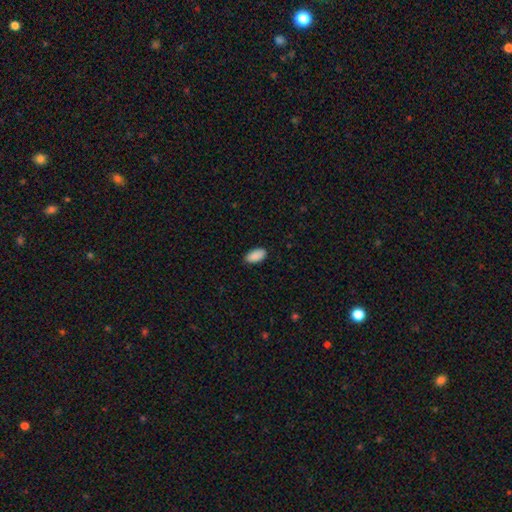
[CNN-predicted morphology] Overall: smooth (90%). How rounded: in between (95%). Merging: none (87%).